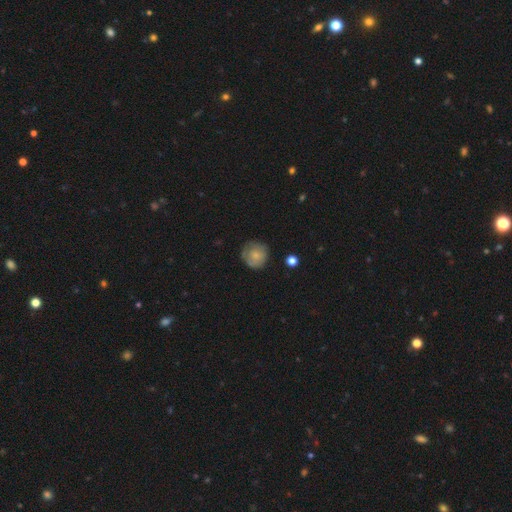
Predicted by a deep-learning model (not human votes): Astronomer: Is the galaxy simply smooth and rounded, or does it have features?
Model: smooth — 73%.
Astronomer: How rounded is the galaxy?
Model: round — 92%.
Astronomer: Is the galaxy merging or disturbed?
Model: none — 74%.